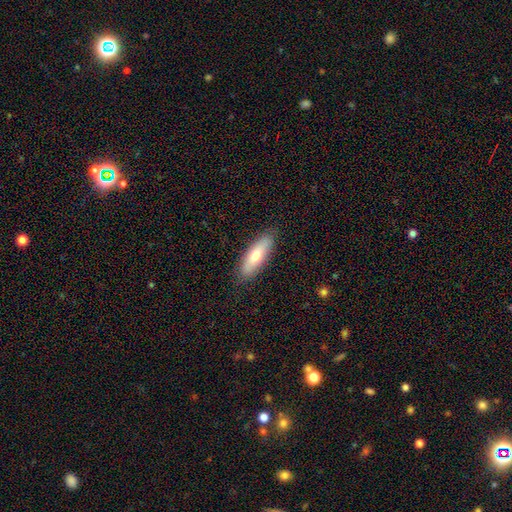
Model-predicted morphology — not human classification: type=smooth (67%); roundness=in between (53%); merging=none (87%).